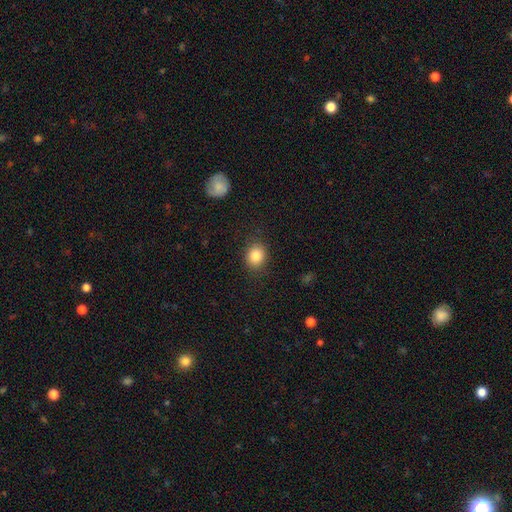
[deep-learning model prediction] This appears to be a smooth galaxy with no disk features (85%) that is round (63%). Merging: none (86%).